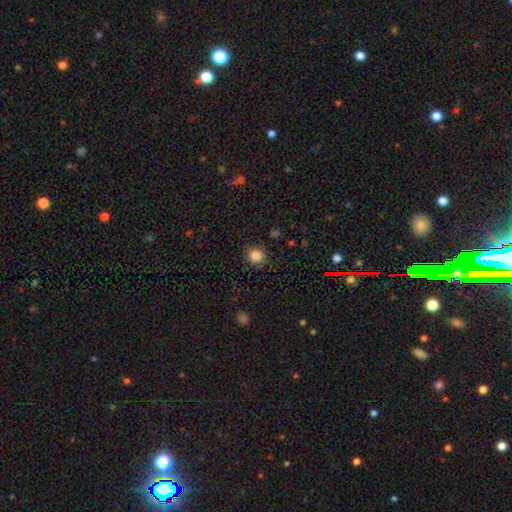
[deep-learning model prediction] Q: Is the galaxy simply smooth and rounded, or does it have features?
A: smooth — 85%.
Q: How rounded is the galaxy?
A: round — 92%.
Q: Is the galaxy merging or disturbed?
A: none — 88%.